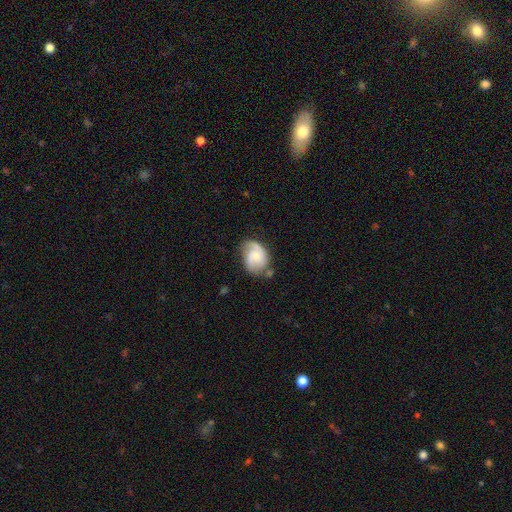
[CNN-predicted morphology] Smooth or featured: featured or disk — 70% (smooth — 24%)
Edge-on disk: no — 98% (yes — 2%)
Bar: no — 65% (weak — 31%)
Spiral arms: yes — 93% (no — 7%)
Spiral winding: medium — 45% (tight — 32%)
Spiral arm count: 2 — 67% (1 — 15%)
Bulge size: small — 52% (moderate — 34%)
Merging: none — 55% (minor disturbance — 26%)